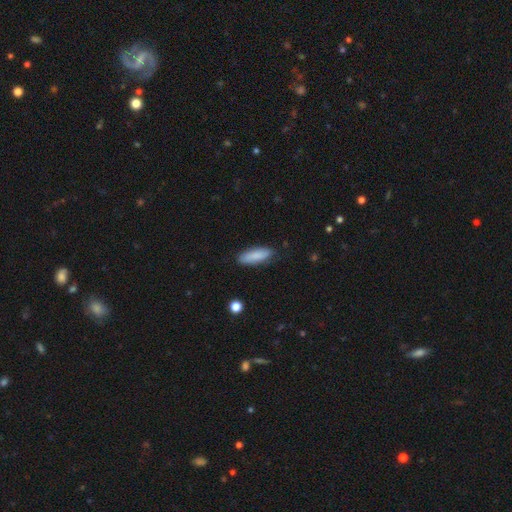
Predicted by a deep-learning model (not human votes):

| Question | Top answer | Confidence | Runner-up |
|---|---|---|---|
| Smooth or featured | smooth | 86% | featured or disk (8%) |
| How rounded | in between | 50% | cigar-shaped (48%) |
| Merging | none | 84% | minor disturbance (13%) |